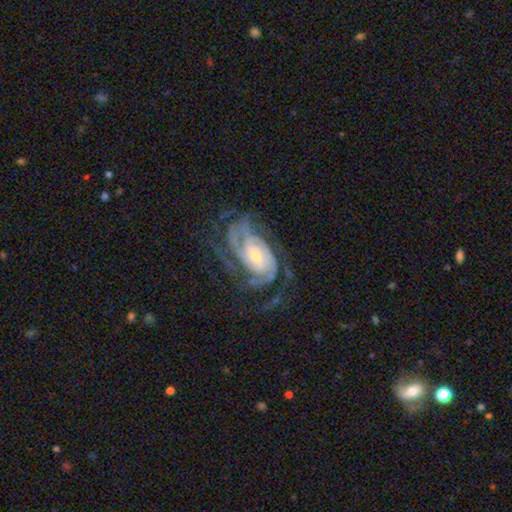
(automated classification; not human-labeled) Smooth or featured?
  - featured or disk: 89% *
  - smooth: 5%
  - star or artifact: 5%
Edge-on disk?
  - no: 97% *
  - yes: 3%
Bar?
  - no: 63% *
  - weak: 27%
  - strong: 10%
Spiral arms?
  - yes: 97% *
  - no: 3%
Spiral winding?
  - tight: 60% *
  - medium: 32%
  - loose: 8%
Spiral arm count?
  - 3: 25% * (tied)
  - 2: 25% * (tied)
  - can't tell: 21%
  - 4: 16%
  - more than 4: 7%
  - 1: 6%
Bulge size?
  - small: 64% *
  - moderate: 29%
  - large: 3%
  - none: 2%
  - dominant: 1%
Merging?
  - none: 61% *
  - major disturbance: 19%
  - minor disturbance: 19%
  - merger: 2%